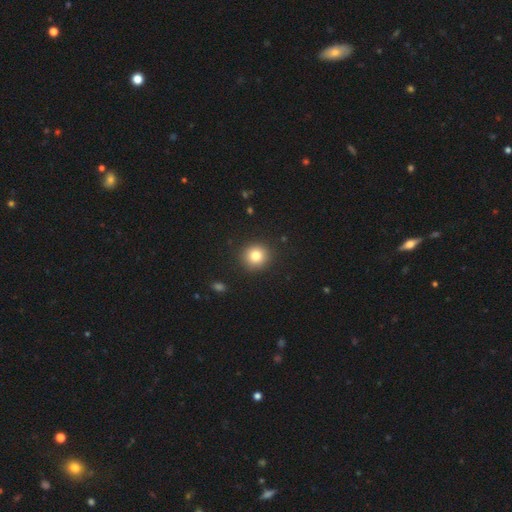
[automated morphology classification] Smooth or featured?
  - smooth: 81% *
  - star or artifact: 11%
  - featured or disk: 8%
How rounded?
  - round: 91% *
  - in between: 8%
  - cigar-shaped: 1%
Merging?
  - none: 91% *
  - minor disturbance: 6%
  - major disturbance: 2%
  - merger: 1%